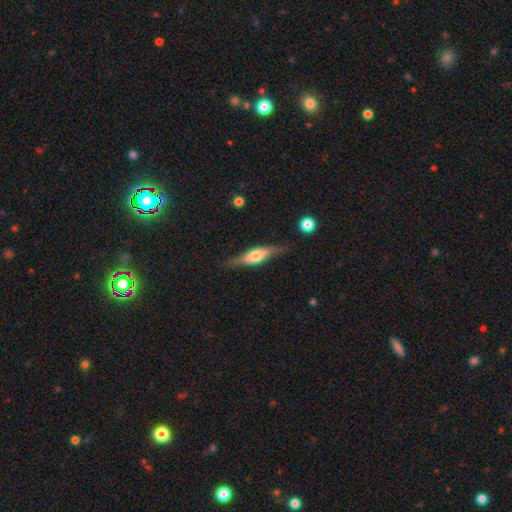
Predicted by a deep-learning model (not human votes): A featured or disk galaxy (59%) viewed edge-on (92%) with a rounded central bulge (83%).

Vote fractions:
- Smooth or featured? featured or disk: 59% / smooth: 35% / star or artifact: 6%
- Edge-on disk? yes: 92% / no: 8%
- Edge-on bulge? rounded: 83% / boxy: 13% / none: 4%
- Merging? none: 80% / minor disturbance: 14% / major disturbance: 4% / merger: 2%